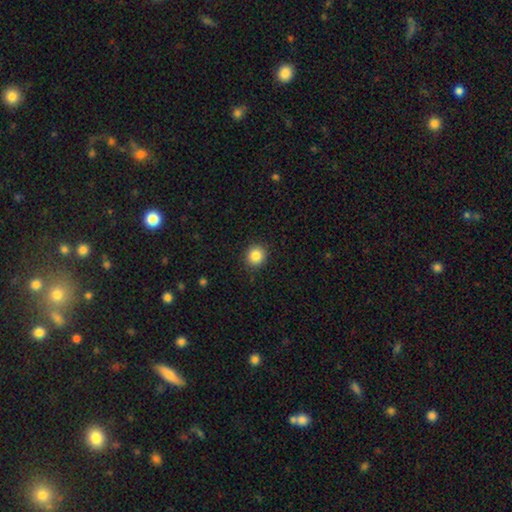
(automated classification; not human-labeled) A smooth galaxy with no disk features (85%) that is round (89%).

Vote fractions:
- Smooth or featured? smooth: 85% / star or artifact: 10% / featured or disk: 5%
- How rounded? round: 89% / in between: 10% / cigar-shaped: 1%
- Merging? none: 90% / minor disturbance: 6% / major disturbance: 2% / merger: 1%